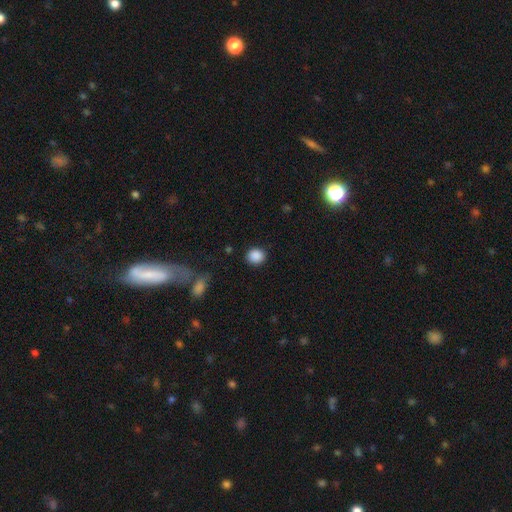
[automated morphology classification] smooth_or_featured: smooth (p=0.88) [alt: star or artifact p=0.09]
how_rounded: round (p=0.80) [alt: in between p=0.19]
merging: none (p=0.89) [alt: minor disturbance p=0.07]